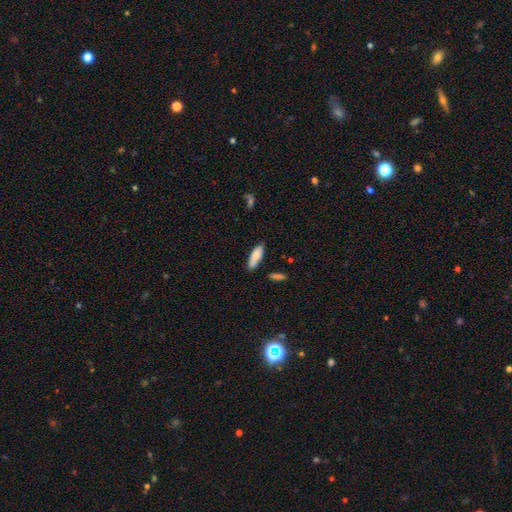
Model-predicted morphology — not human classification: This appears to be a smooth galaxy with no disk features (83%) that is in between round and cigar-shaped (59%). Merging: none (72%).